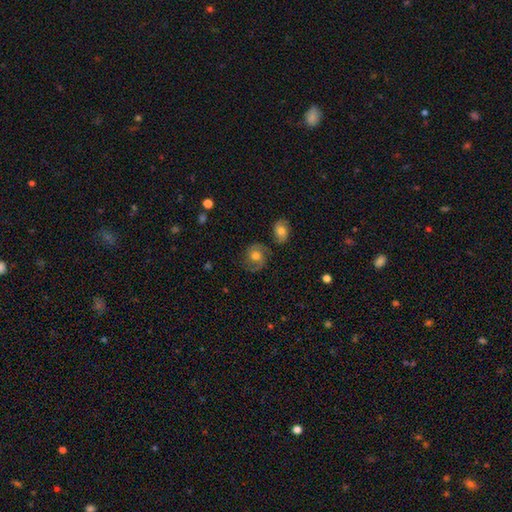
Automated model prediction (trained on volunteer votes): Smooth or featured? featured or disk (60%)
Edge-on disk? no (97%)
Bar? no (71%)
Spiral arms? yes (89%)
Spiral winding? medium (51%)
Spiral arm count? 2 (83%)
Bulge size? moderate (71%)
Merging? none (69%)